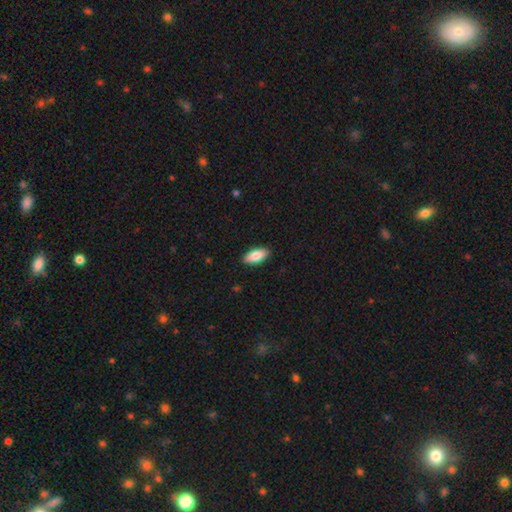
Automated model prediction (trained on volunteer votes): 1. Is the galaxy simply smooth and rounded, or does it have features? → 81% smooth, 13% featured or disk, 6% star or artifact.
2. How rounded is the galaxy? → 86% in between, 12% cigar-shaped, 2% round.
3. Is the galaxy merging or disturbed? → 89% none, 8% minor disturbance, 2% major disturbance, 1% merger.